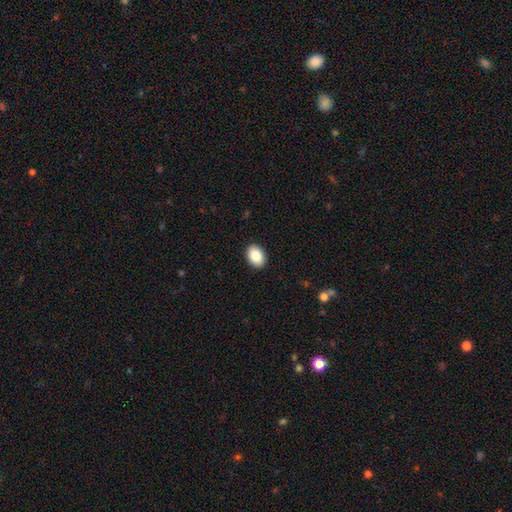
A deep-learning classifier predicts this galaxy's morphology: This appears to be a smooth galaxy with no disk features (87%) that is in between round and cigar-shaped (81%). Merging: none (91%).